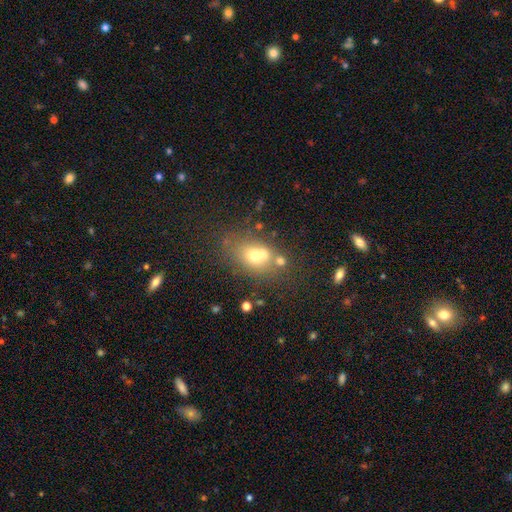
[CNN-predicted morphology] This is likely a smooth galaxy (61%). How rounded: possibly in between (57%). Merging: marginally none (43%).